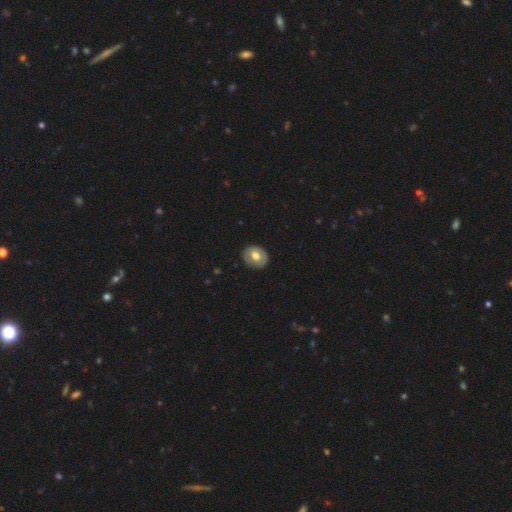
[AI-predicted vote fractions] Smooth or featured? Predicted: smooth (p=0.63). How rounded? Predicted: round (p=0.56). Merging? Predicted: none (p=0.86).